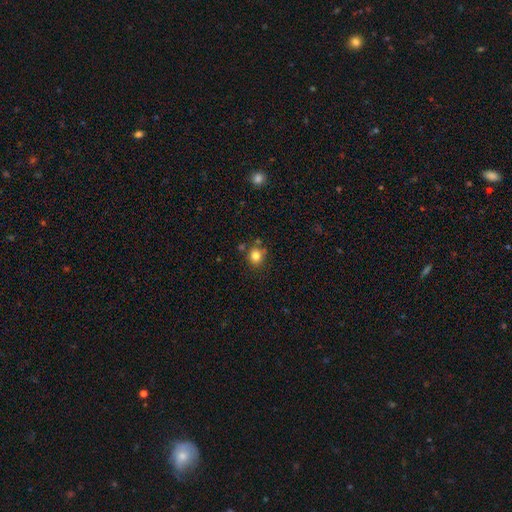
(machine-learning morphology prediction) The model was most divided on "how rounded": round: 80%, in between: 20%, cigar-shaped: 1%. More confident: smooth or featured — smooth (82%); merging — none (76%).